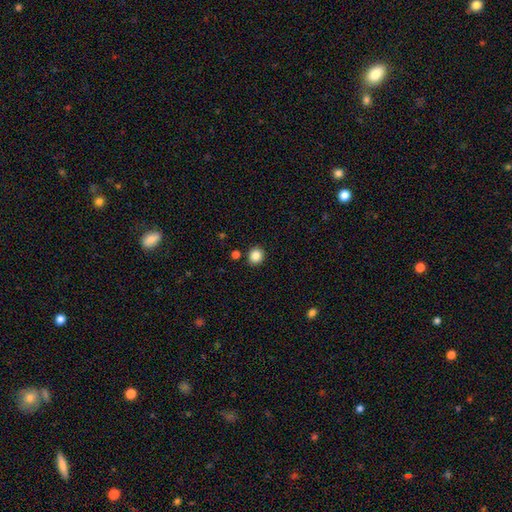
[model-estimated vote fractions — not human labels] This is clearly a smooth galaxy (86%). How rounded: clearly round (82%). Merging: clearly none (88%).